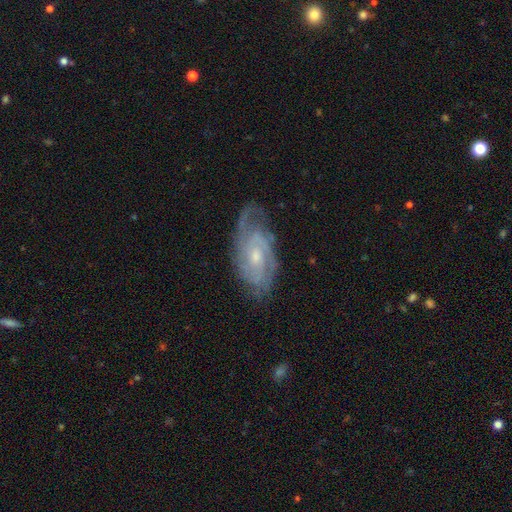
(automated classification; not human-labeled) Morphology: type=featured or disk (84%); edge-on=no (95%); bar=no (63%); spiral arms=yes (95%); winding=tight (58%); arm count=2 (34%); bulge=small (53%); merging=none (69%).